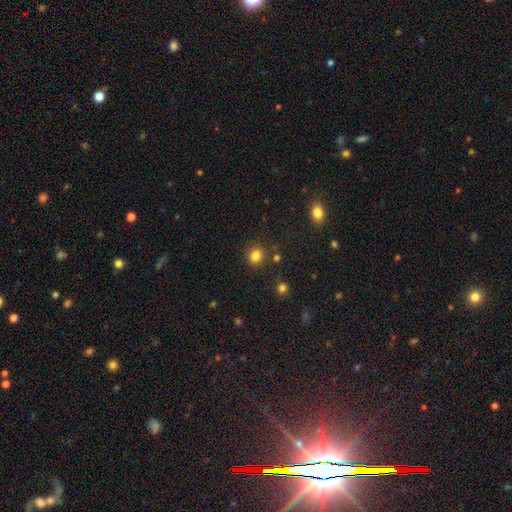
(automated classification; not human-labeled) Overall: smooth (82%). How rounded: round (66%; in between 33%). Merging: none (81%).